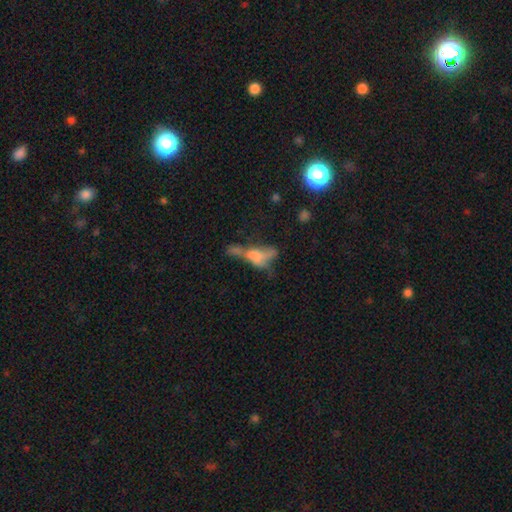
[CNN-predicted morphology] Smooth or featured? smooth (43%)
Merging? merger (35%)